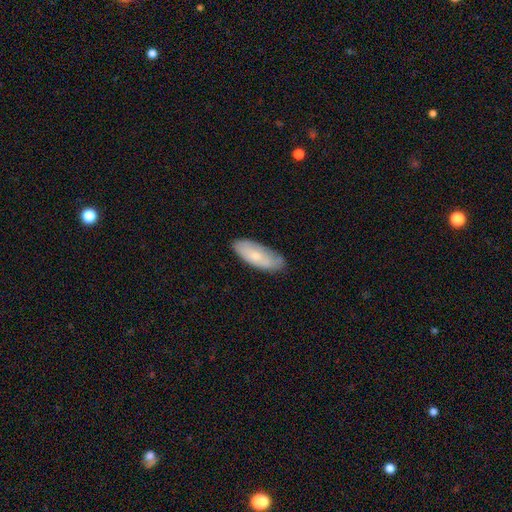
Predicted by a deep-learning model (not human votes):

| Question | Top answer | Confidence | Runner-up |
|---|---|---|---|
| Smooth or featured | smooth | 71% | featured or disk (23%) |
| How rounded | in between | 78% | cigar-shaped (20%) |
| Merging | none | 70% | minor disturbance (24%) |